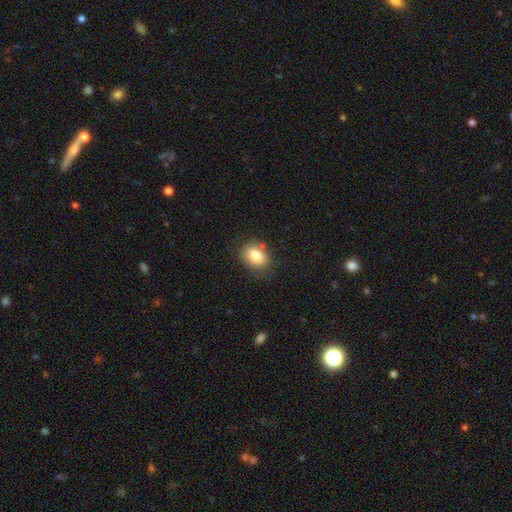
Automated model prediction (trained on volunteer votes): The model was most divided on "how rounded": in between: 59%, round: 40%, cigar-shaped: 1%. More confident: smooth or featured — smooth (81%); merging — none (75%).